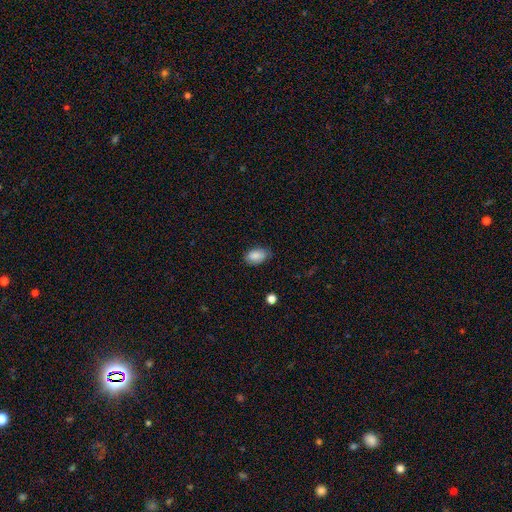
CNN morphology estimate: type=smooth (86%); roundness=in between (90%); merging=none (72%).